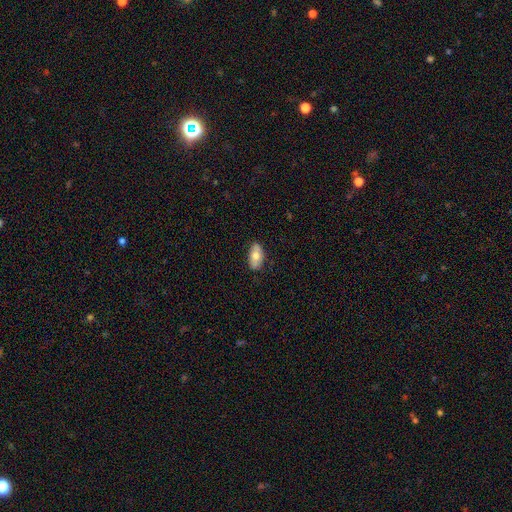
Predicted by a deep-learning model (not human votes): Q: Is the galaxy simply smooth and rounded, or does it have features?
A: smooth — 67%.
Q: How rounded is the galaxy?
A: in between — 92%.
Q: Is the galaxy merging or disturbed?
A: none — 79%.